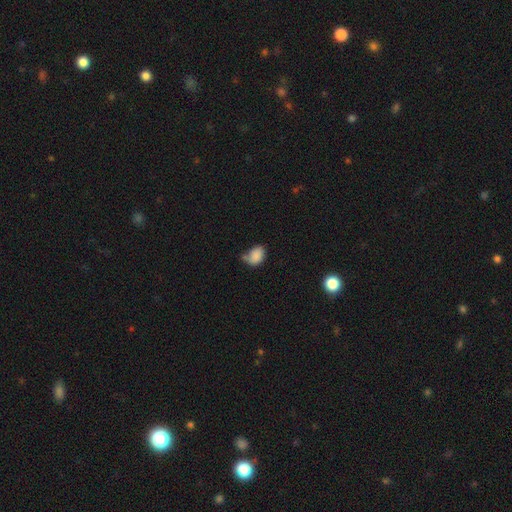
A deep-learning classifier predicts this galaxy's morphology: A smooth galaxy with no disk features (85%) that is in between round and cigar-shaped (72%). Merging: none (46%).